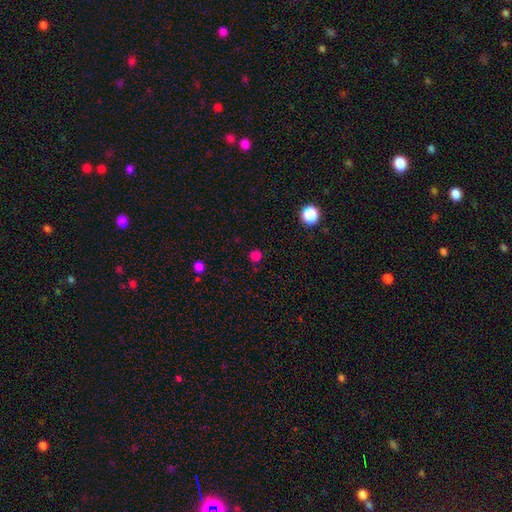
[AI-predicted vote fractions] Q: Smooth or featured?
A: smooth (75%); runner-up: star or artifact (21%)
Q: How rounded?
A: round (93%); runner-up: in between (6%)
Q: Merging?
A: none (86%); runner-up: minor disturbance (9%)